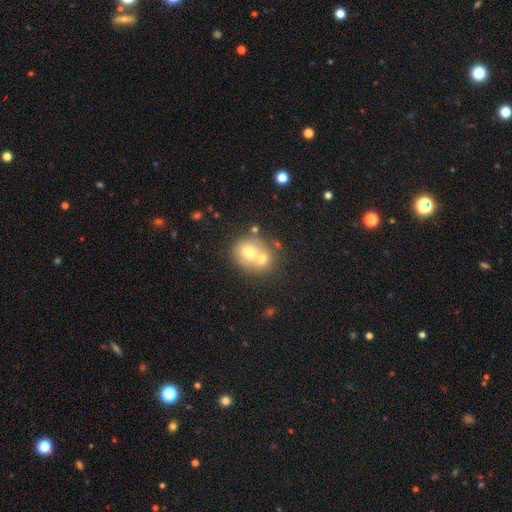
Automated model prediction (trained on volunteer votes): Smooth or featured? smooth (61%)
How rounded? round (70%)
Merging? merger (60%)